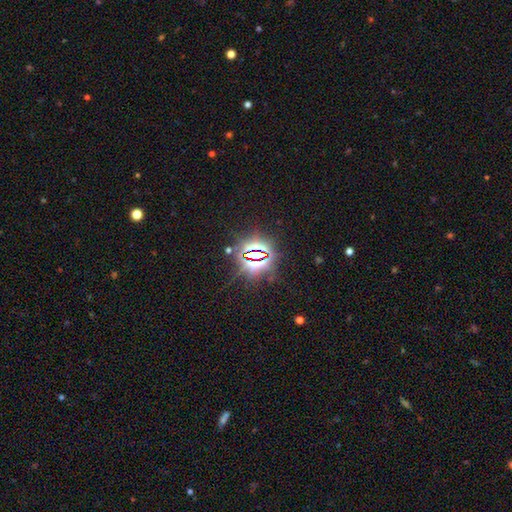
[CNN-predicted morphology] Q: Smooth or featured?
A: star or artifact (81%); runner-up: smooth (11%)